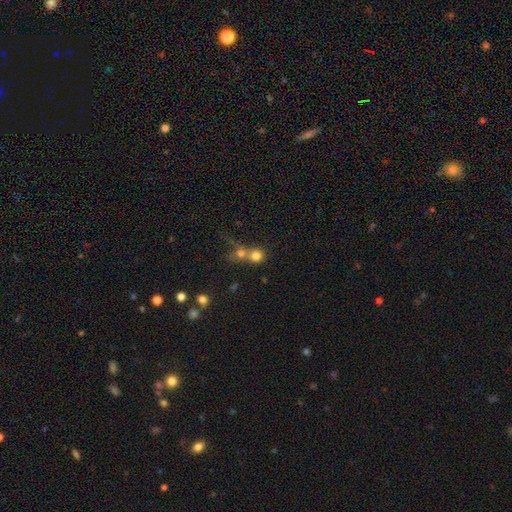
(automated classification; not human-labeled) Smooth or featured: smooth — 75% (star or artifact — 14%)
How rounded: round — 86% (in between — 13%)
Merging: merger — 56% (none — 34%)